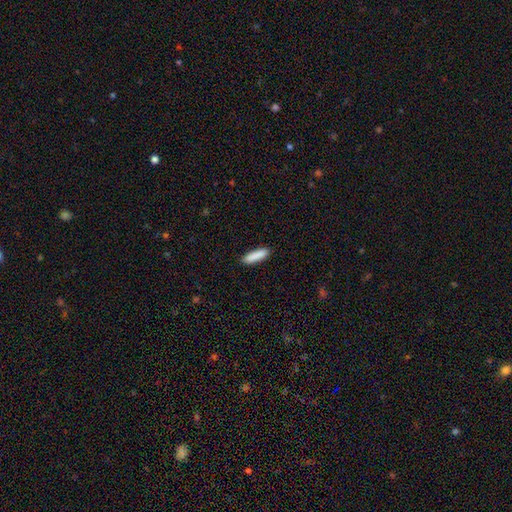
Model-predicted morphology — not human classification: A smooth galaxy with no disk features (88%) that is cigar-shaped (74%). Merging: none (90%).